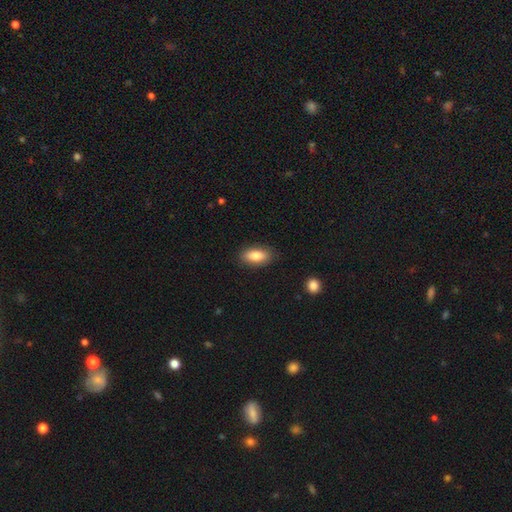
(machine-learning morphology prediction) smooth 84%, featured or disk 9%, star or artifact 7%. Down the decision tree: how rounded — in between (86%); merging — none (86%).